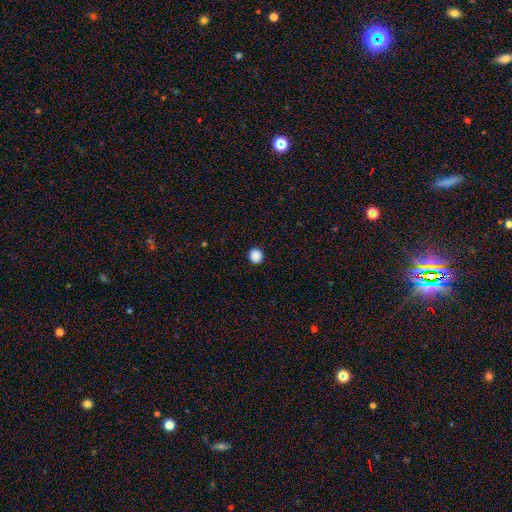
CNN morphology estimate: smooth-or-featured: smooth: 89% | star or artifact: 9% | featured or disk: 2%
  how-rounded: round: 90% | in between: 9% | cigar-shaped: 1%
  merging: none: 92% | minor disturbance: 5% | major disturbance: 2% | merger: 1%